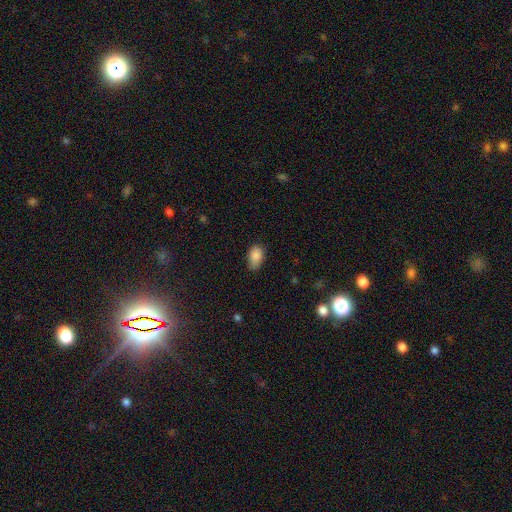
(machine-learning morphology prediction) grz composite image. It shows a smooth galaxy with no disk features (86%) that is in between round and cigar-shaped (90%). Merging: none (66%).